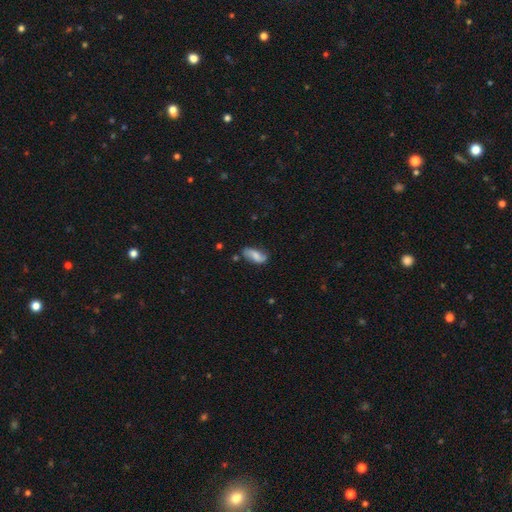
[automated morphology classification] smooth_or_featured: smooth (p=0.48) [alt: featured or disk p=0.43]
merging: none (p=0.65) [alt: minor disturbance p=0.24]